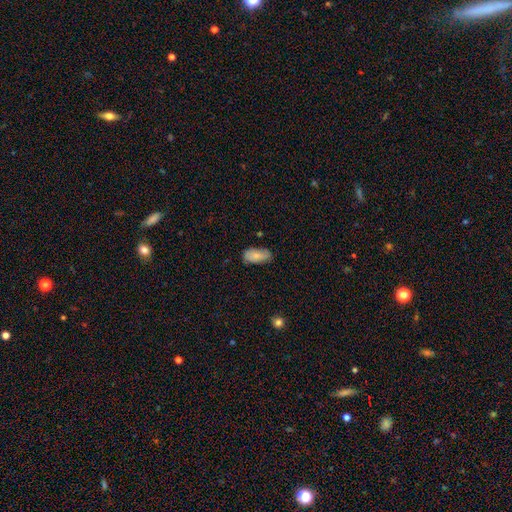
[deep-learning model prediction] This is likely a smooth galaxy (79%). How rounded: clearly in between (93%). Merging: likely none (74%).